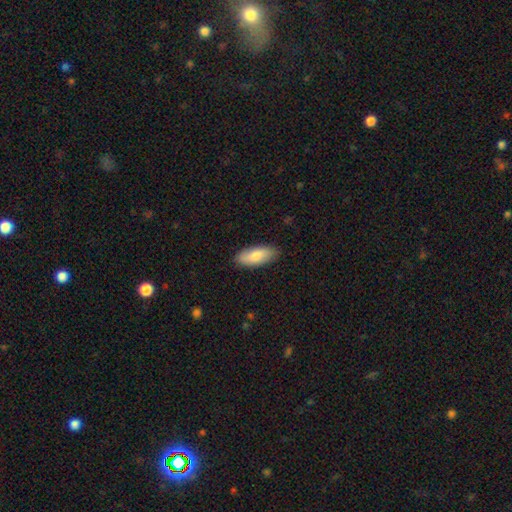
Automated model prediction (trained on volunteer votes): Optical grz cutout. It shows a smooth galaxy with no disk features (81%) that is in between round and cigar-shaped (81%). Merging: none (86%).